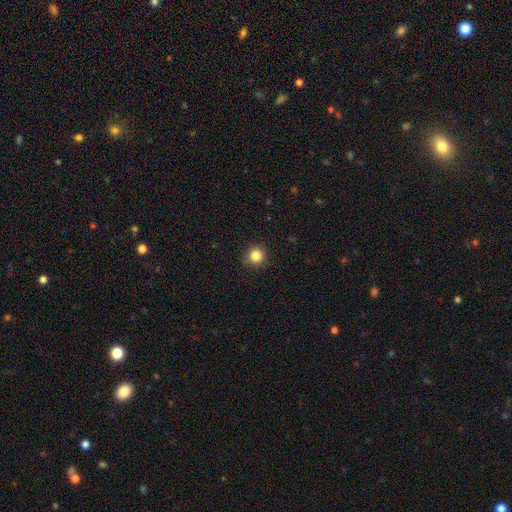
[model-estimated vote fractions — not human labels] A smooth galaxy with no disk features (84%) that is round (94%).

Vote fractions:
- Smooth or featured? smooth: 84% / star or artifact: 12% / featured or disk: 5%
- How rounded? round: 94% / in between: 5% / cigar-shaped: 1%
- Merging? none: 91% / minor disturbance: 7% / major disturbance: 2% / merger: 1%